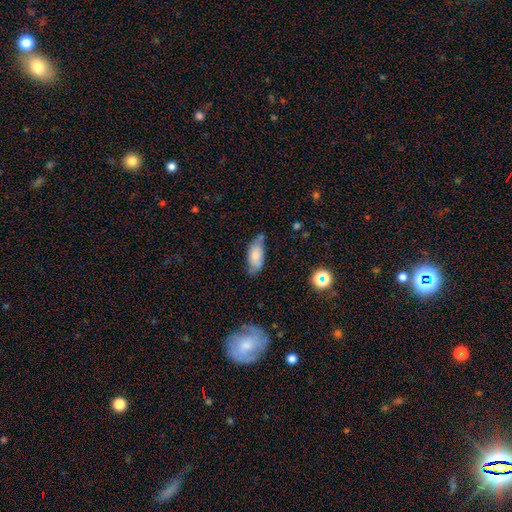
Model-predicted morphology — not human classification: Smooth or featured: smooth — 75% (featured or disk — 18%)
How rounded: in between — 87% (cigar-shaped — 10%)
Merging: none — 54% (minor disturbance — 33%)